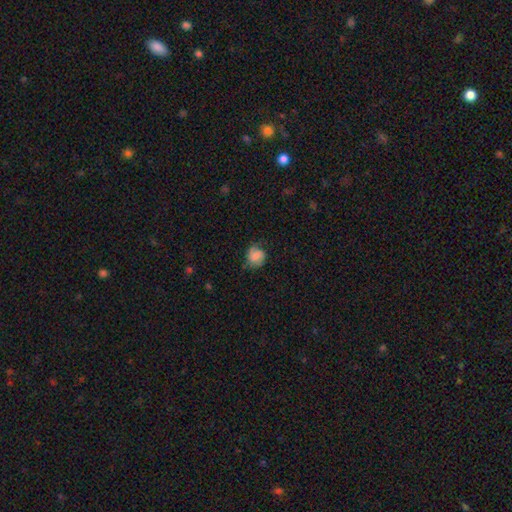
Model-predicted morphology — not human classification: Overall: smooth (64%; featured or disk 27%). How rounded: round (72%). Merging: none (62%; minor disturbance 26%).